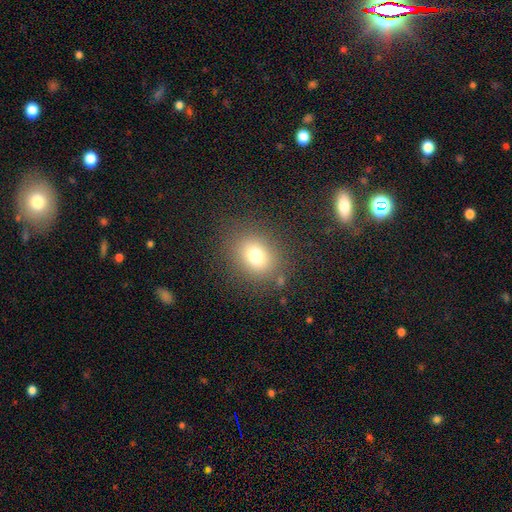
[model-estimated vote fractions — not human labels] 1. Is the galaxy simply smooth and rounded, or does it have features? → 76% smooth, 14% star or artifact, 10% featured or disk.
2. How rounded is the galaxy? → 56% round, 43% in between, 1% cigar-shaped.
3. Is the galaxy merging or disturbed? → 82% none, 10% minor disturbance, 5% major disturbance, 2% merger.